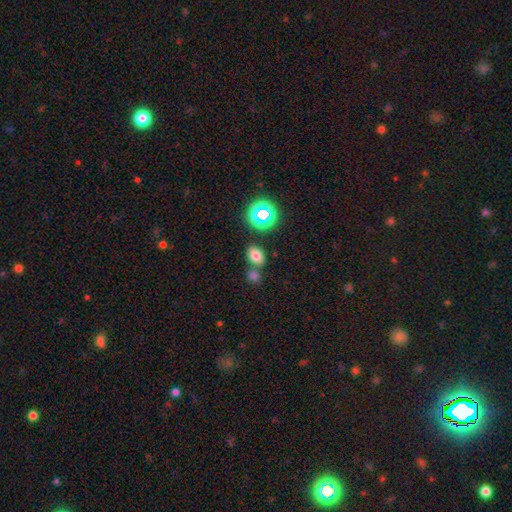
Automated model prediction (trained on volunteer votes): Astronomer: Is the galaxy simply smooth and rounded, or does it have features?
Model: smooth — 73%.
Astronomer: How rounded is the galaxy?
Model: in between — 75%.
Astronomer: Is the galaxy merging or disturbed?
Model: none — 63%.